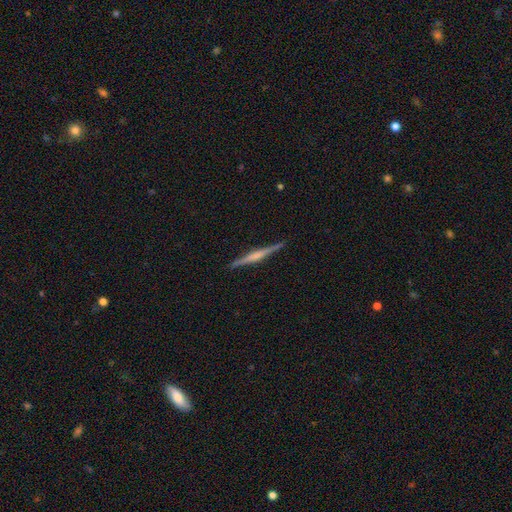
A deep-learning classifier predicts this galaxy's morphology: Smooth or featured: featured or disk — 74% (smooth — 21%)
Edge-on disk: yes — 98% (no — 2%)
Edge-on bulge: rounded — 46% (boxy — 29%)
Merging: none — 91% (minor disturbance — 6%)